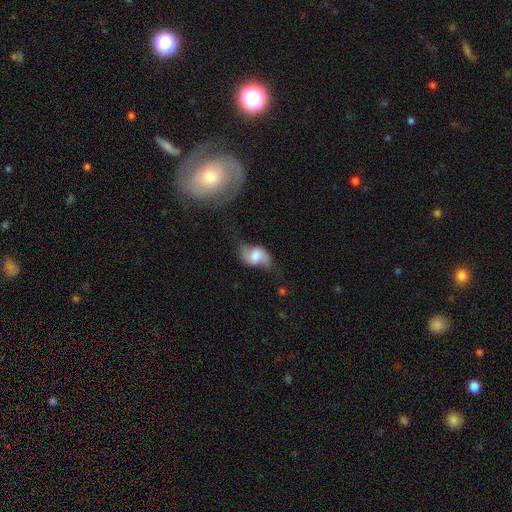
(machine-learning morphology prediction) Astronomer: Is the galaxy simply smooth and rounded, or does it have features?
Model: featured or disk — 52% (runner-up: smooth, 40%).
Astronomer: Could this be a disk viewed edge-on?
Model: no — 94%.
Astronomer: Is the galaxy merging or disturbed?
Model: none — 47% (runner-up: minor disturbance, 30%).